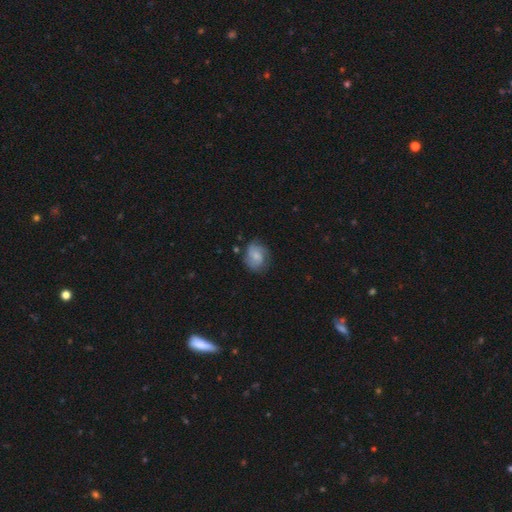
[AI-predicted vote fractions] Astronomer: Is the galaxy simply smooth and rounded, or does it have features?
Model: featured or disk — 55% (runner-up: smooth, 37%).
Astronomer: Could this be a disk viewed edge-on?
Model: no — 98%.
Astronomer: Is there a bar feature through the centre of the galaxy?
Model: no — 64%.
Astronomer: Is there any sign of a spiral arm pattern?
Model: yes — 90%.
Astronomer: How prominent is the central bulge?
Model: small — 48% (runner-up: moderate, 32%).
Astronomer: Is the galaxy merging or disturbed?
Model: none — 71%.